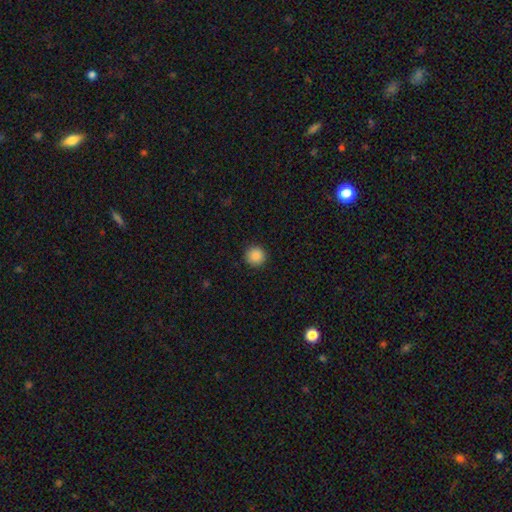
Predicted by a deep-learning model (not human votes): Q: Smooth or featured?
A: smooth (87%); runner-up: star or artifact (9%)
Q: How rounded?
A: round (96%); runner-up: in between (3%)
Q: Merging?
A: none (93%); runner-up: minor disturbance (5%)